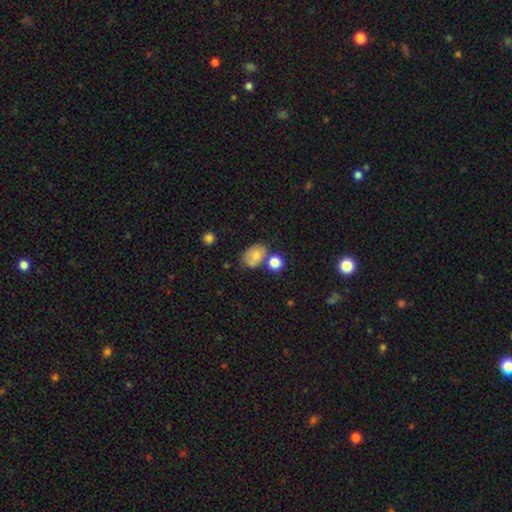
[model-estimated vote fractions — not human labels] Overall: smooth (70%). How rounded: in between (68%; round 31%). Merging: none (48%; merger 26%).